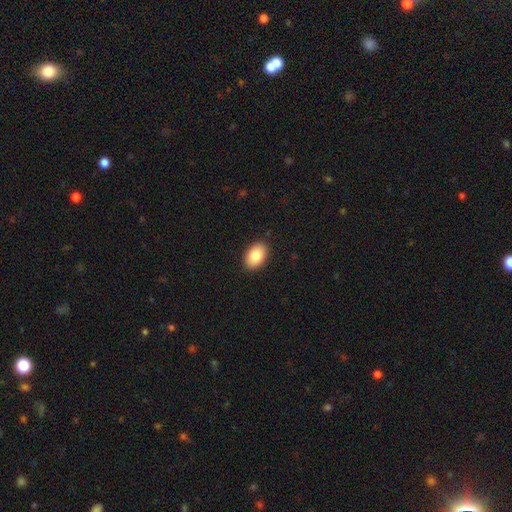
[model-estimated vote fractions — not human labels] smooth-or-featured: smooth: 84% | featured or disk: 9% | star or artifact: 7%
  how-rounded: in between: 89% | round: 9% | cigar-shaped: 1%
  merging: none: 89% | minor disturbance: 8% | major disturbance: 2% | merger: 1%